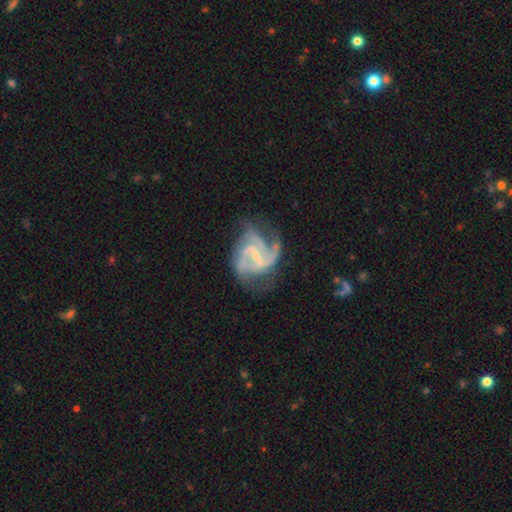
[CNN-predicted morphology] Smooth or featured: featured or disk — 91% (star or artifact — 4%)
Edge-on disk: no — 98% (yes — 2%)
Bar: weak — 52% (strong — 26%)
Spiral arms: yes — 98% (no — 2%)
Spiral winding: medium — 57% (tight — 25%)
Spiral arm count: 3 — 43% (2 — 33%)
Bulge size: small — 67% (moderate — 25%)
Merging: none — 61% (minor disturbance — 22%)